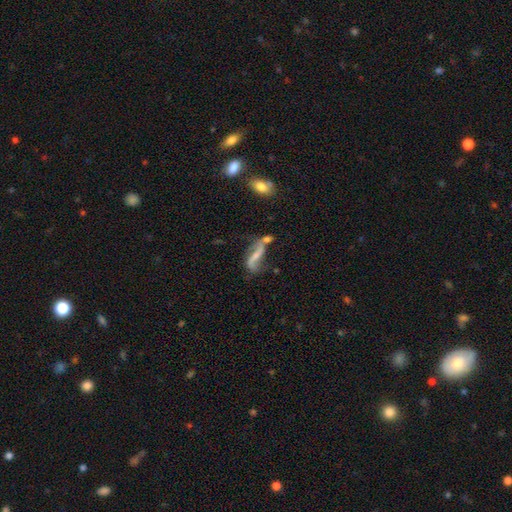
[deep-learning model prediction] Smooth or featured: featured or disk — 69% (smooth — 22%)
Edge-on disk: no — 87% (yes — 13%)
Bar: strong — 39% (weak — 32%)
Spiral arms: yes — 81% (no — 19%)
Bulge size: small — 48% (none — 25%)
Merging: none — 36% (merger — 28%)